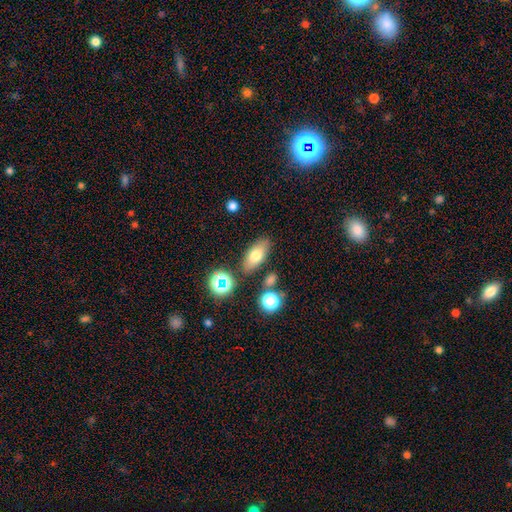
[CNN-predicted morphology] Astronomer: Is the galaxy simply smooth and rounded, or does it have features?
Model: smooth — 71%.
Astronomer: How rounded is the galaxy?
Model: in between — 81%.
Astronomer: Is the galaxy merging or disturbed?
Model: none — 80%.